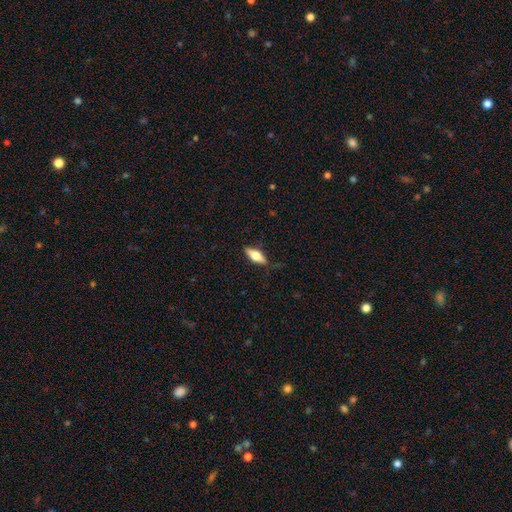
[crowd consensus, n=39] Smooth or featured? 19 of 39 (49%) said smooth. How rounded? 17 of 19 (89%) said in between. Merging? 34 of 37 (92%) said none.